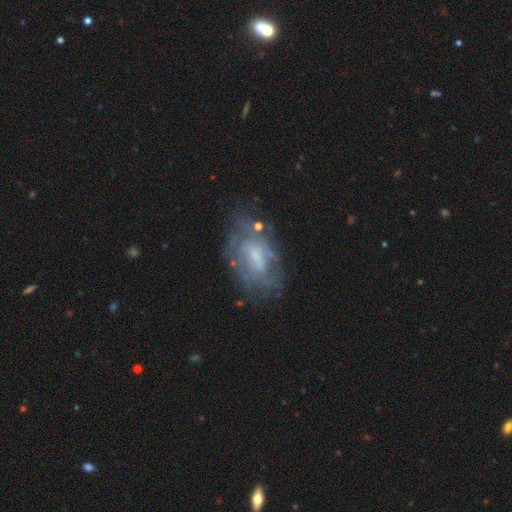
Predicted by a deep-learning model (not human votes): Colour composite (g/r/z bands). It shows a featured or disk galaxy (67%) with no bar (49%), spiral arms (52%) and a small central bulge (40%). Merging: none (60%).